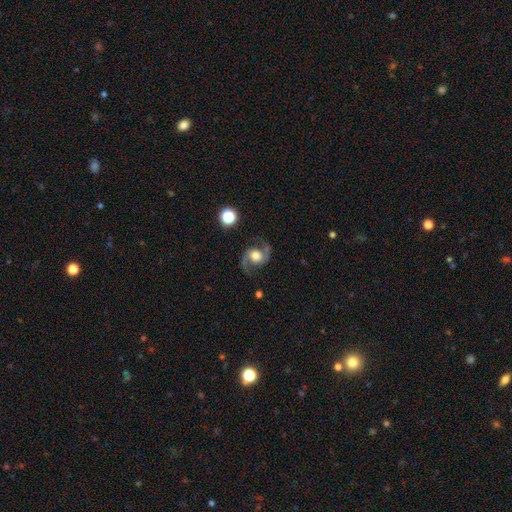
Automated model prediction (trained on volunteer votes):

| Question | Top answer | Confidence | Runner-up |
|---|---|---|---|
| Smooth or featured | featured or disk | 86% | smooth (7%) |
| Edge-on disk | no | 98% | yes (2%) |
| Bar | no | 57% | weak (33%) |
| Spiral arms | yes | 97% | no (3%) |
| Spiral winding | medium | 53% | loose (37%) |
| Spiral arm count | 2 | 94% | can't tell (2%) |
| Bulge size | moderate | 57% | large (29%) |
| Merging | none | 79% | minor disturbance (12%) |